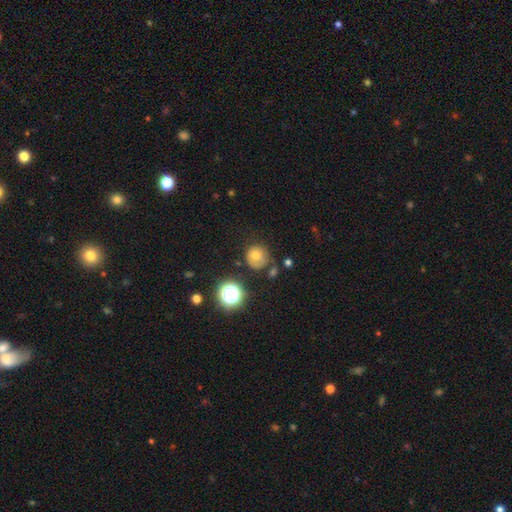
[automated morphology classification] Smooth or featured?
  - smooth: 65% *
  - star or artifact: 18%
  - featured or disk: 17%
How rounded?
  - round: 89% *
  - in between: 10%
  - cigar-shaped: 1%
Merging?
  - none: 66% *
  - minor disturbance: 20%
  - major disturbance: 8%
  - merger: 5%